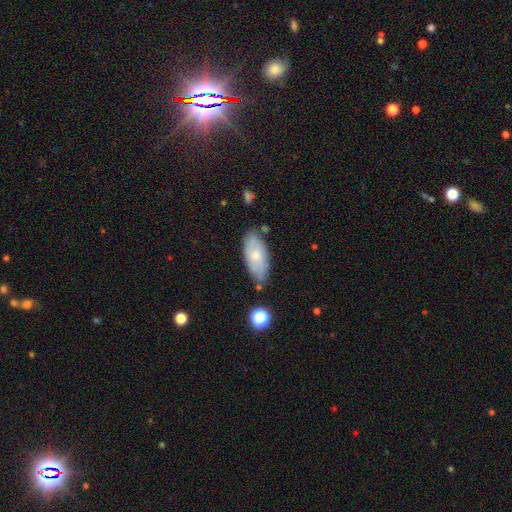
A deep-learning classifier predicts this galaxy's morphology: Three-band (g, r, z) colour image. It shows a smooth galaxy with no disk features (65%) that is in between round and cigar-shaped (90%). Merging: none (72%).